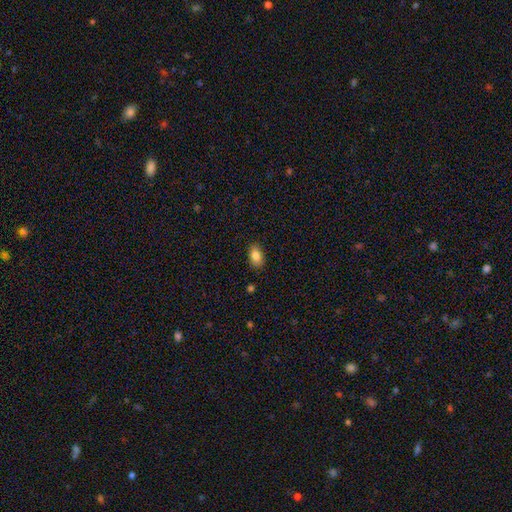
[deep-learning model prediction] The model was most divided on "merging": none: 85%, minor disturbance: 12%, major disturbance: 2%, merger: 1%. More confident: how rounded — in between (89%); smooth or featured — smooth (85%).